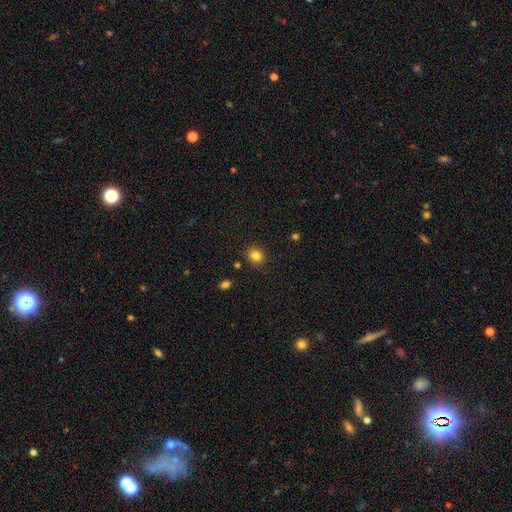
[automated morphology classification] A smooth galaxy with no disk features (83%) that is round (77%). Merging: none (88%).